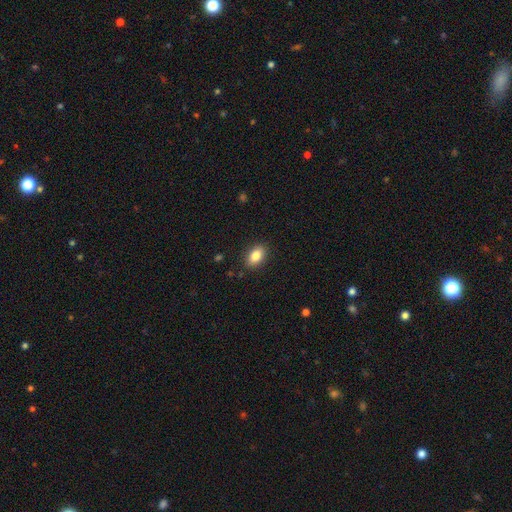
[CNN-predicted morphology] smooth 84%, star or artifact 8%, featured or disk 8%. Down the decision tree: how rounded — in between (88%); merging — none (88%).